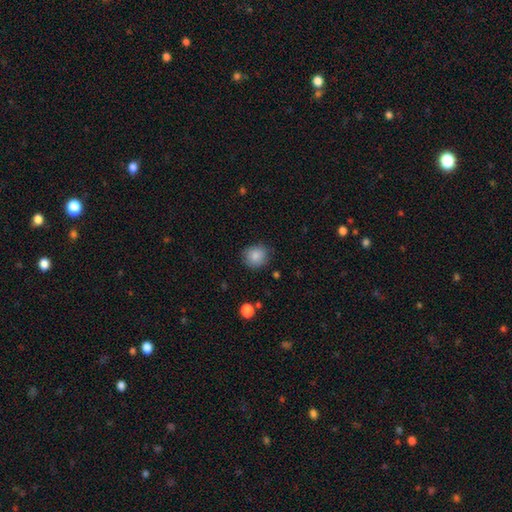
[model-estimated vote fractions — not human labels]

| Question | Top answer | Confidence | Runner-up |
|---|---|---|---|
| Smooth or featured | smooth | 86% | star or artifact (8%) |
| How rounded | round | 81% | in between (18%) |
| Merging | none | 83% | minor disturbance (13%) |